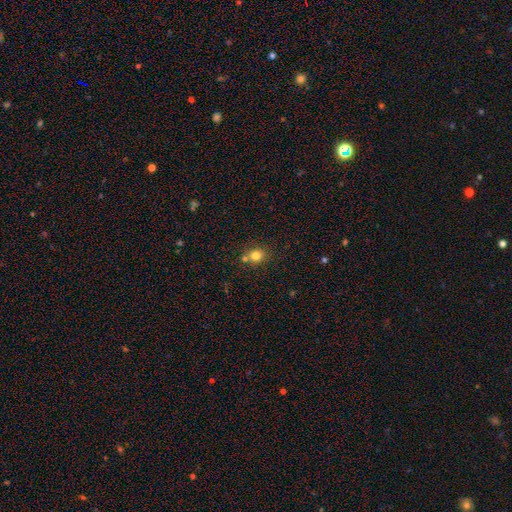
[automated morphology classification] Smooth or featured? smooth (79%)
How rounded? round (80%)
Merging? none (67%)